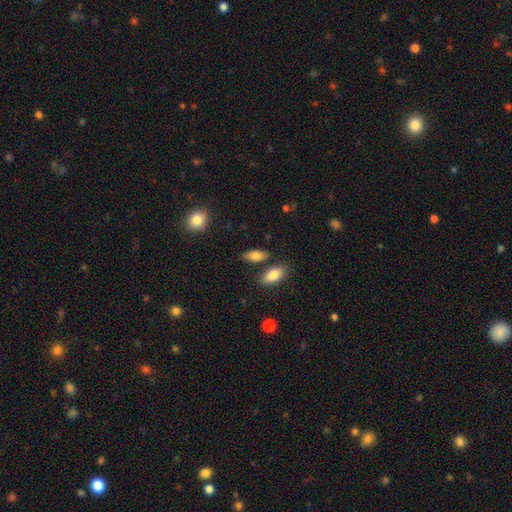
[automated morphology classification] Smooth or featured?
  - smooth: 82% *
  - featured or disk: 10%
  - star or artifact: 7%
How rounded?
  - in between: 85% *
  - cigar-shaped: 11%
  - round: 4%
Merging?
  - none: 76% *
  - minor disturbance: 12%
  - merger: 9%
  - major disturbance: 3%